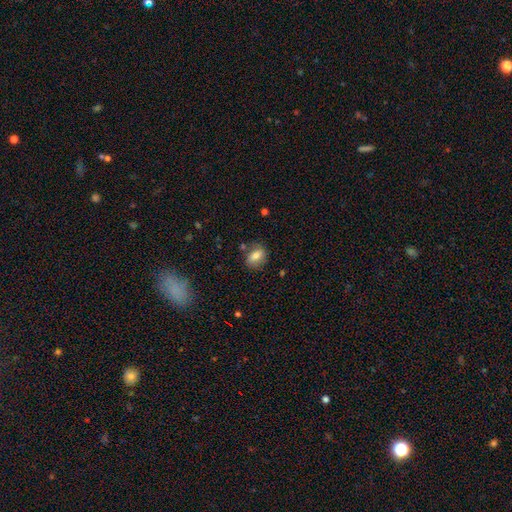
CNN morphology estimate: The model was most divided on "how rounded": in between: 75%, round: 22%, cigar-shaped: 3%. More confident: smooth or featured — smooth (75%); merging — none (72%).